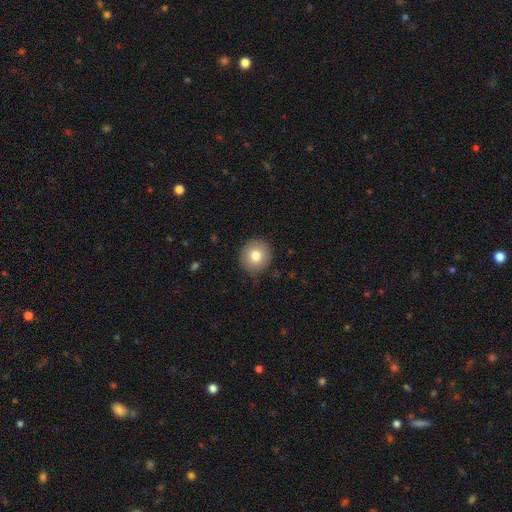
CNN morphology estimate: A smooth galaxy with no disk features (80%) that is round (91%).

Vote fractions:
- Smooth or featured? smooth: 80% / featured or disk: 11% / star or artifact: 9%
- How rounded? round: 91% / in between: 8% / cigar-shaped: 1%
- Merging? none: 84% / minor disturbance: 13% / major disturbance: 3% / merger: 1%